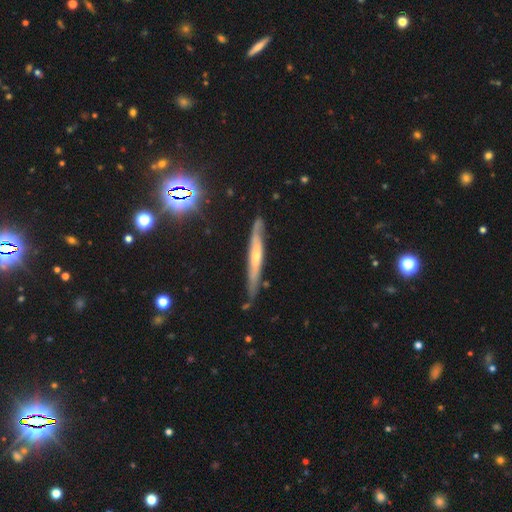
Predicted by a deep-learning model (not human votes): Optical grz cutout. It shows a featured or disk galaxy (65%) viewed edge-on (86%) with a rounded central bulge (50%). Merging: none (76%).